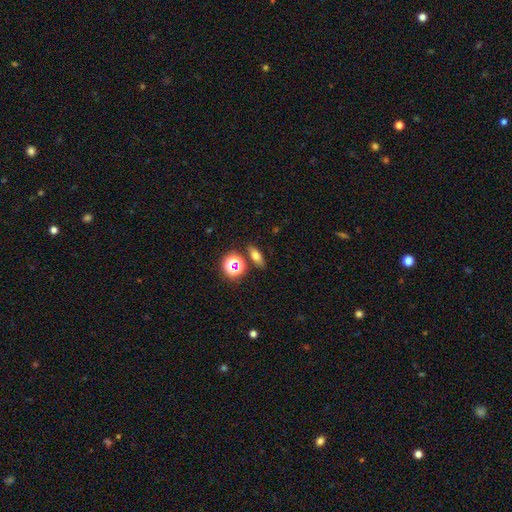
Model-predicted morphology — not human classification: smooth_or_featured: smooth (p=0.60) [alt: star or artifact p=0.20]
how_rounded: in between (p=0.64) [alt: cigar-shaped p=0.19]
merging: none (p=0.81) [alt: minor disturbance p=0.09]